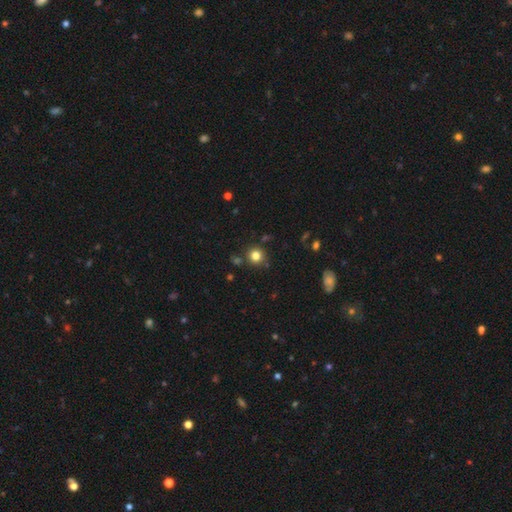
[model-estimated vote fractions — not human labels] Smooth or featured: smooth — 80% (star or artifact — 14%)
How rounded: round — 92% (in between — 7%)
Merging: none — 85% (minor disturbance — 7%)